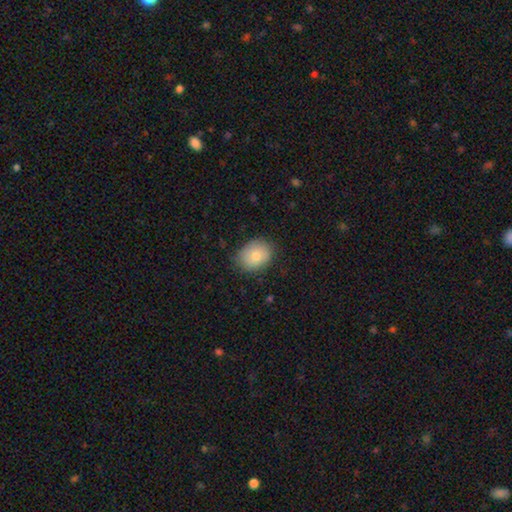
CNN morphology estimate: smooth_or_featured: smooth (p=0.79) [alt: featured or disk p=0.13]
how_rounded: in between (p=0.54) [alt: round p=0.45]
merging: none (p=0.76) [alt: minor disturbance p=0.19]